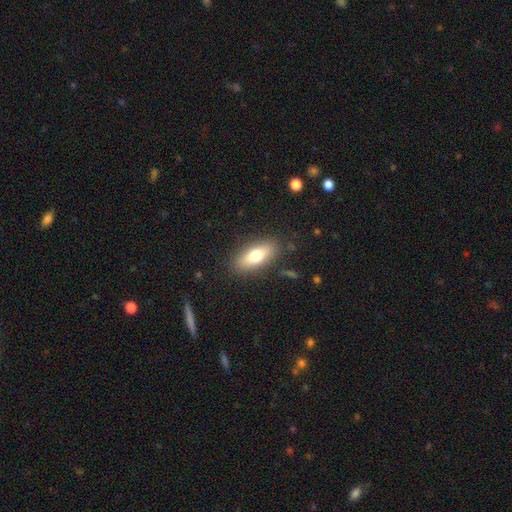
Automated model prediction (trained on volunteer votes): This appears to be a smooth galaxy with no disk features (72%) that is in between round and cigar-shaped (76%). Merging: none (86%).